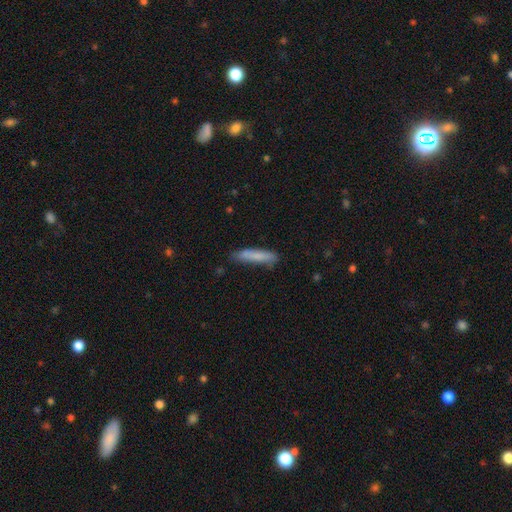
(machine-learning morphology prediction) The model was most divided on "merging": none: 76%, minor disturbance: 18%, major disturbance: 3%, merger: 2%. More confident: how rounded — cigar-shaped (87%); smooth or featured — smooth (79%).